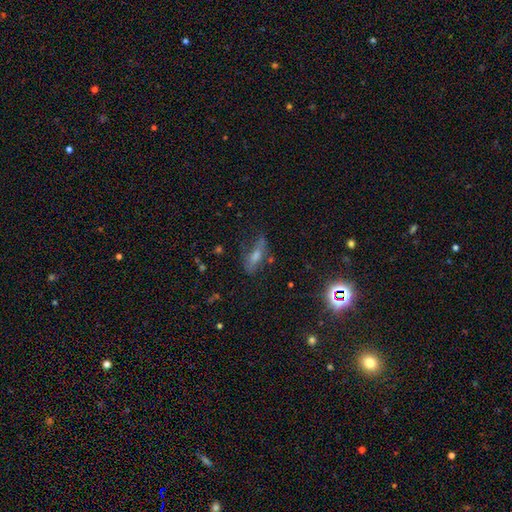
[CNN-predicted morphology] type=featured or disk (40%); merging=none (58%).